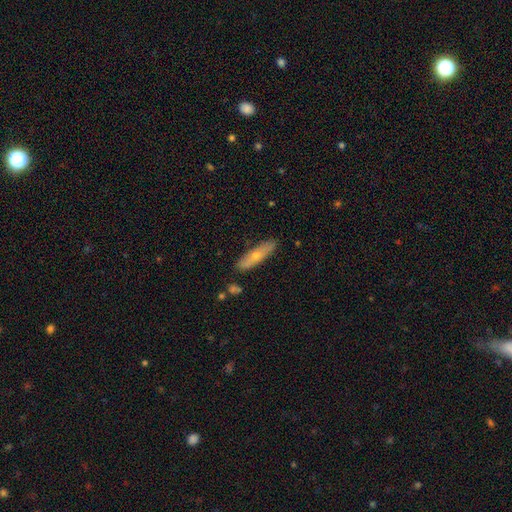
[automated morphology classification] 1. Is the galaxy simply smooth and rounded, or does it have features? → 50% smooth, 43% featured or disk, 7% star or artifact.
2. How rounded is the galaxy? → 74% cigar-shaped, 24% in between, 2% round.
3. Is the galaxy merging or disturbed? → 85% none, 11% minor disturbance, 2% merger, 2% major disturbance.